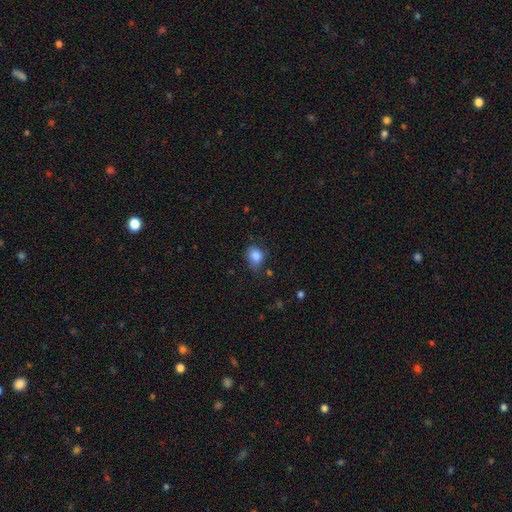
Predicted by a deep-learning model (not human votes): smooth_or_featured: smooth (p=0.85) [alt: star or artifact p=0.09]
how_rounded: in between (p=0.60) [alt: round p=0.39]
merging: none (p=0.57) [alt: minor disturbance p=0.32]